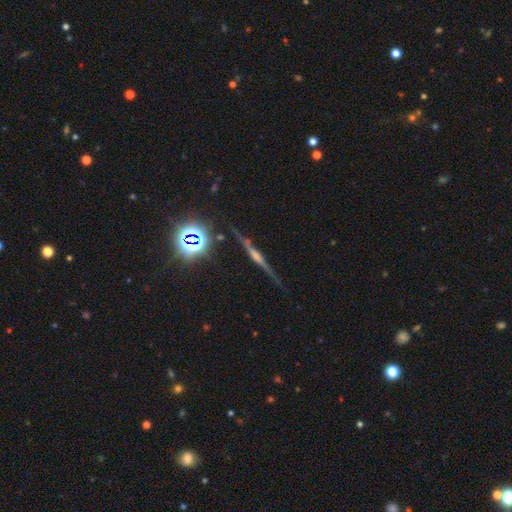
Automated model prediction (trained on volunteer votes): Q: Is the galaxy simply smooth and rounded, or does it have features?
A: featured or disk — 68%.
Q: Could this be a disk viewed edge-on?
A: yes — 96%.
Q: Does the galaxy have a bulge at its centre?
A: rounded — 64%.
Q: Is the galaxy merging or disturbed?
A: none — 85%.